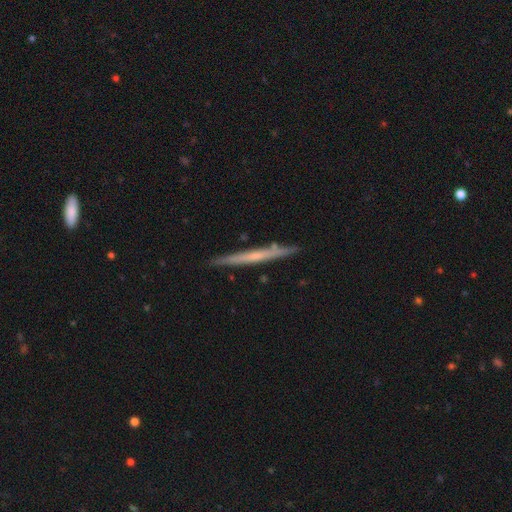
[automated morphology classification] Smooth or featured?
  - featured or disk: 56% *
  - smooth: 38%
  - star or artifact: 6%
Edge-on disk?
  - yes: 96% *
  - no: 4%
Edge-on bulge?
  - none: 77% *
  - rounded: 18%
  - boxy: 5%
Merging?
  - none: 88% *
  - minor disturbance: 9%
  - major disturbance: 1%
  - merger: 1%